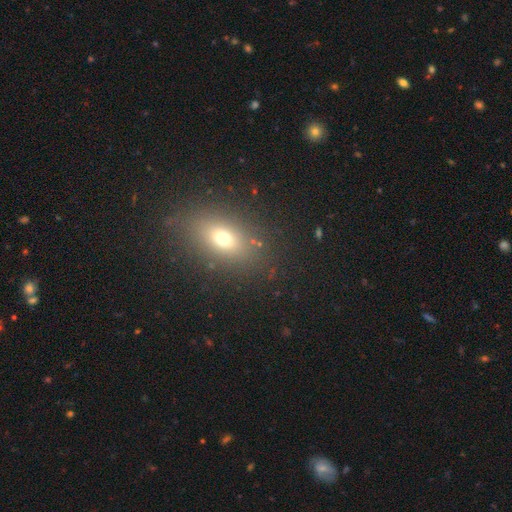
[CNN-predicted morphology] smooth 61%, star or artifact 21%, featured or disk 19%. Down the decision tree: how rounded — in between (73%); merging — none (87%).